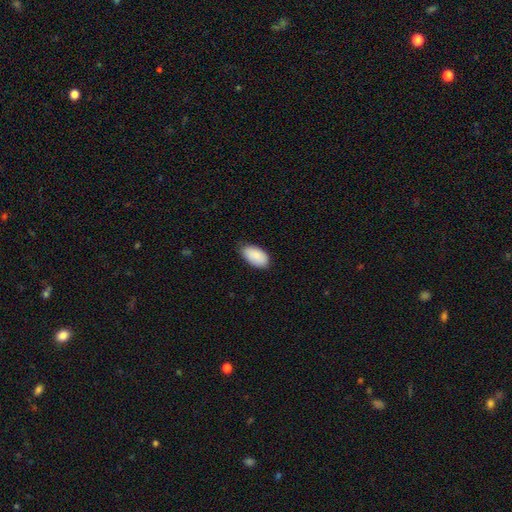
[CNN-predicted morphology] A smooth galaxy with no disk features (88%) that is in between round and cigar-shaped (95%).

Vote fractions:
- Smooth or featured? smooth: 88% / star or artifact: 6% / featured or disk: 6%
- How rounded? in between: 95% / round: 3% / cigar-shaped: 2%
- Merging? none: 76% / minor disturbance: 20% / major disturbance: 3% / merger: 1%